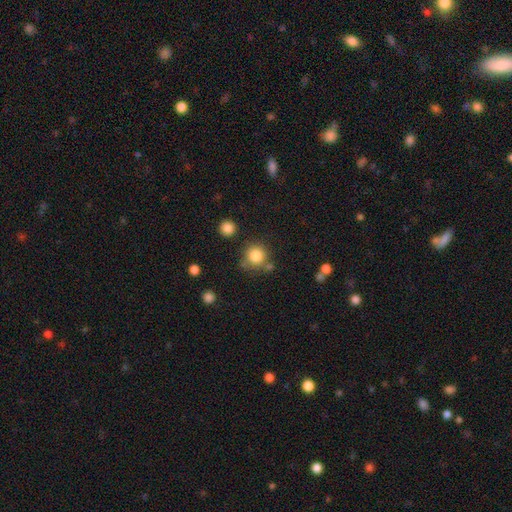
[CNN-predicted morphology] Smooth or featured? Predicted: smooth (p=0.84). How rounded? Predicted: round (p=0.92). Merging? Predicted: none (p=0.76).